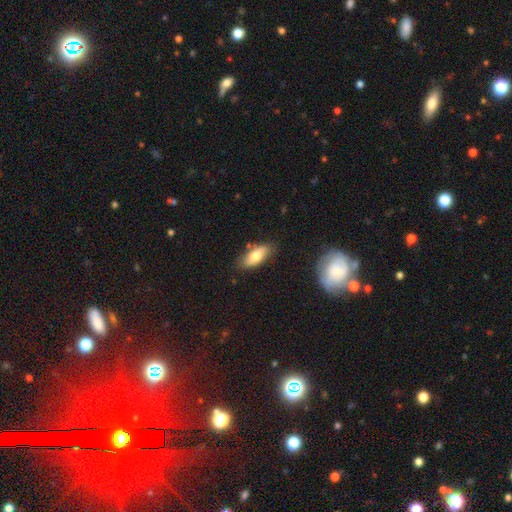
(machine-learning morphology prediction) The model was most divided on "smooth or featured": smooth: 74%, featured or disk: 20%, star or artifact: 7%. More confident: how rounded — in between (82%); merging — none (79%).